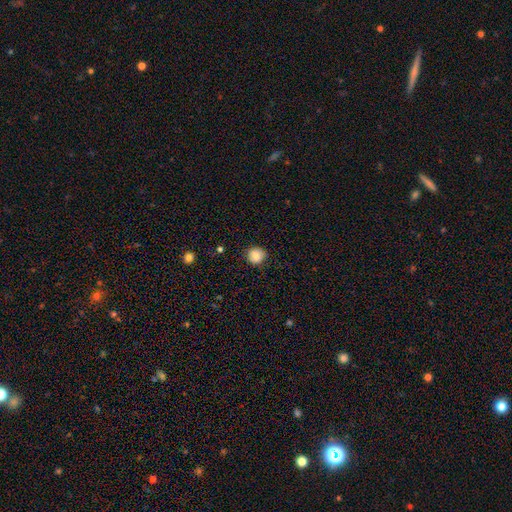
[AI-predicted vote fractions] Smooth or featured? smooth (85%)
How rounded? round (87%)
Merging? none (84%)